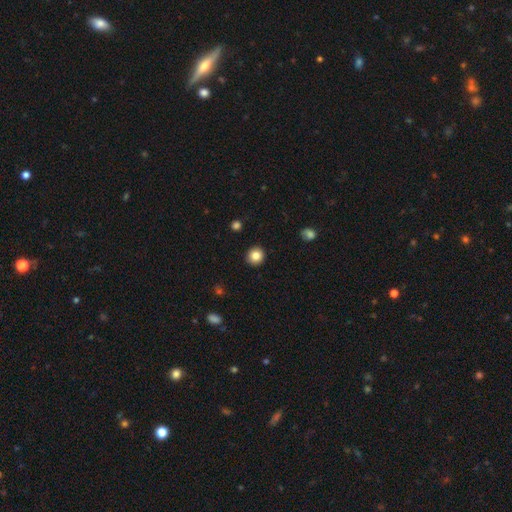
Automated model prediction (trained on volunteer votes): Smooth or featured? smooth (84%)
How rounded? round (93%)
Merging? none (92%)